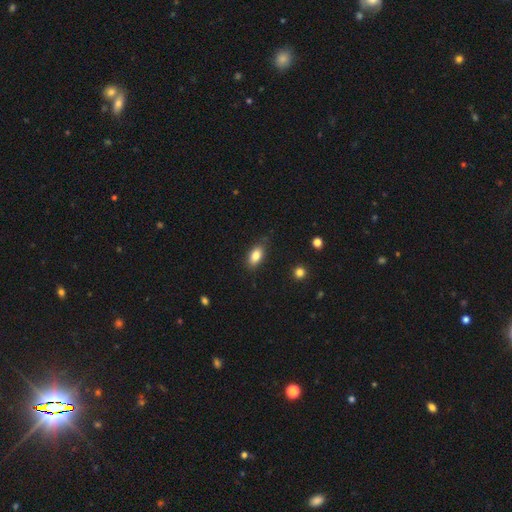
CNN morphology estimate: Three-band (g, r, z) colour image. It shows a smooth galaxy with no disk features (83%) that is in between round and cigar-shaped (89%). Merging: none (81%).